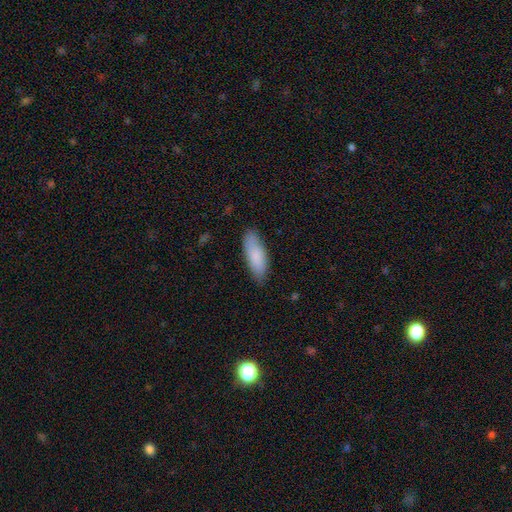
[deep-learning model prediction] Smooth or featured? Predicted: smooth (p=0.84). How rounded? Predicted: in between (p=0.63). Merging? Predicted: none (p=0.83).